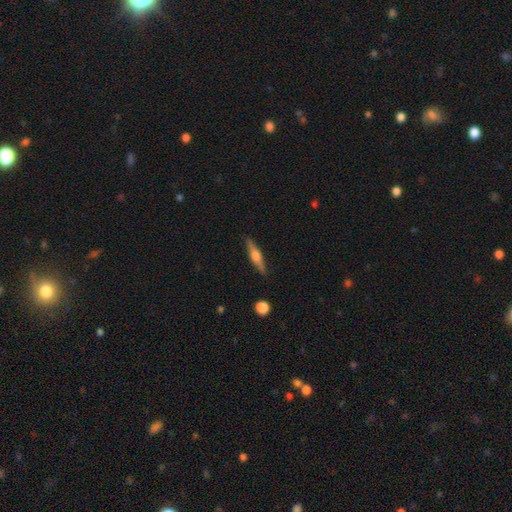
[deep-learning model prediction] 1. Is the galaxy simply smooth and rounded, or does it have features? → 63% featured or disk, 31% smooth, 6% star or artifact.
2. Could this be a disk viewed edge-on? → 97% yes, 3% no.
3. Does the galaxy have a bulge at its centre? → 87% rounded, 9% boxy, 4% none.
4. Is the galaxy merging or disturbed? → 88% none, 9% minor disturbance, 2% major disturbance, 1% merger.